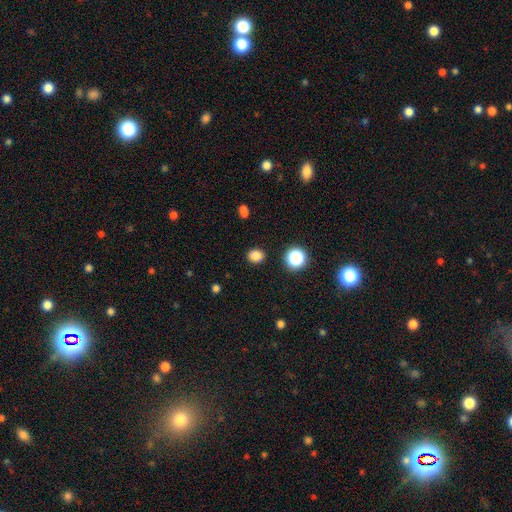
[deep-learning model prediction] A smooth galaxy with no disk features (82%) that is round (67%).

Vote fractions:
- Smooth or featured? smooth: 82% / star or artifact: 14% / featured or disk: 4%
- How rounded? round: 67% / in between: 32% / cigar-shaped: 1%
- Merging? none: 89% / minor disturbance: 7% / major disturbance: 2% / merger: 2%